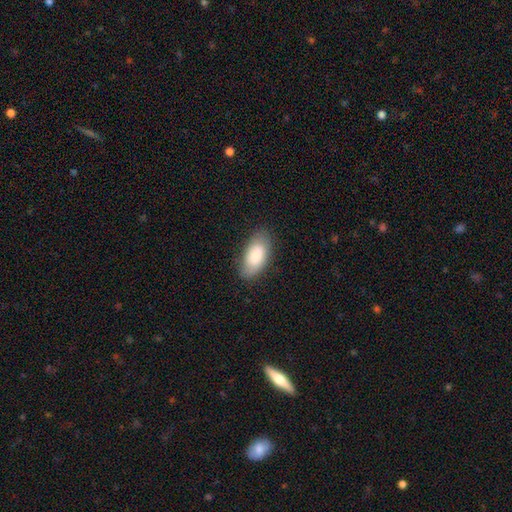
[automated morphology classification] Smooth or featured: smooth — 83% (featured or disk — 11%)
How rounded: in between — 93% (cigar-shaped — 4%)
Merging: none — 80% (minor disturbance — 15%)